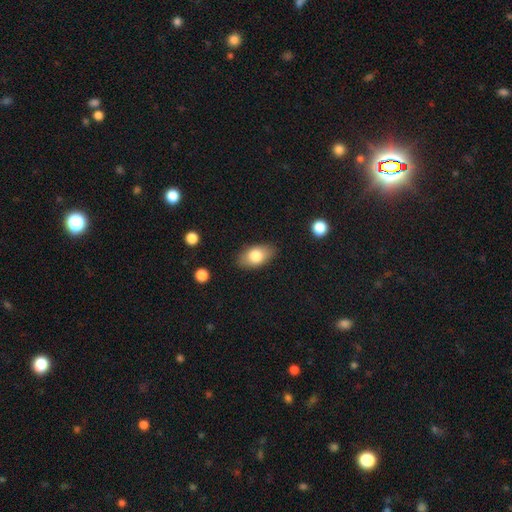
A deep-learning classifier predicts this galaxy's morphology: The model was most divided on "smooth or featured": smooth: 79%, featured or disk: 14%, star or artifact: 7%. More confident: how rounded — in between (91%); merging — none (84%).